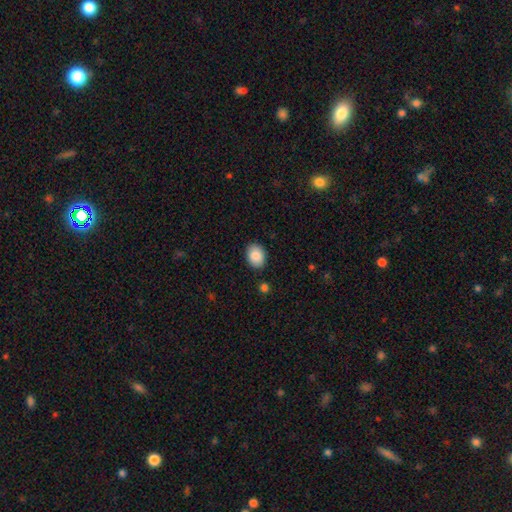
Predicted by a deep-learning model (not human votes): A smooth galaxy with no disk features (89%) that is in between round and cigar-shaped (70%).

Vote fractions:
- Smooth or featured? smooth: 89% / star or artifact: 7% / featured or disk: 4%
- How rounded? in between: 70% / round: 29% / cigar-shaped: 1%
- Merging? none: 87% / minor disturbance: 9% / major disturbance: 2% / merger: 2%